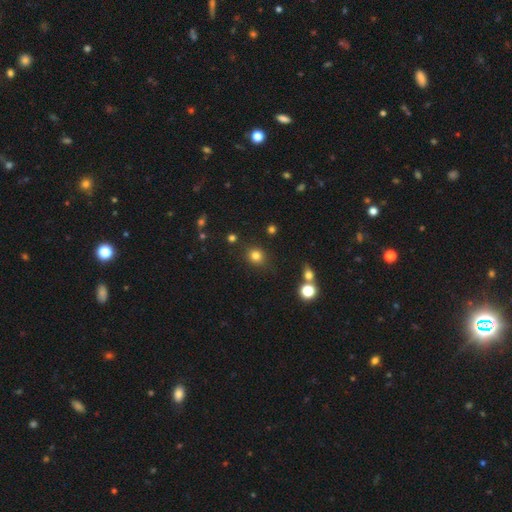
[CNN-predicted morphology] type=smooth (79%); roundness=round (82%); merging=none (82%).